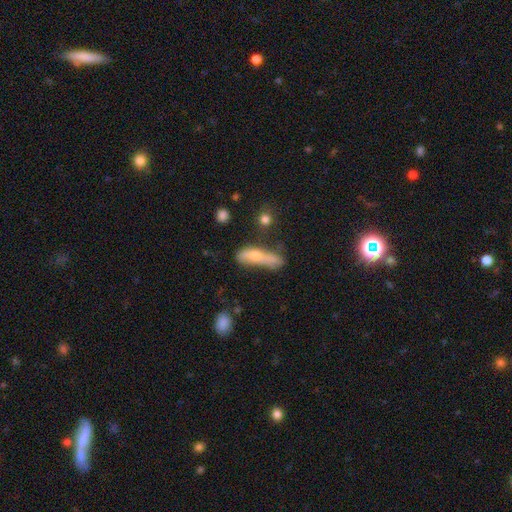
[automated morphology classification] Overall: smooth (55%; featured or disk 37%). How rounded: cigar-shaped (69%). Merging: none (40%; minor disturbance 30%).